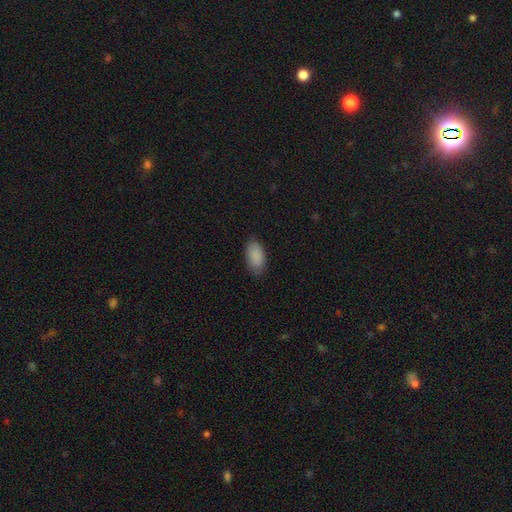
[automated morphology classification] This appears to be a smooth galaxy with no disk features (90%) that is in between round and cigar-shaped (94%). Merging: none (82%).